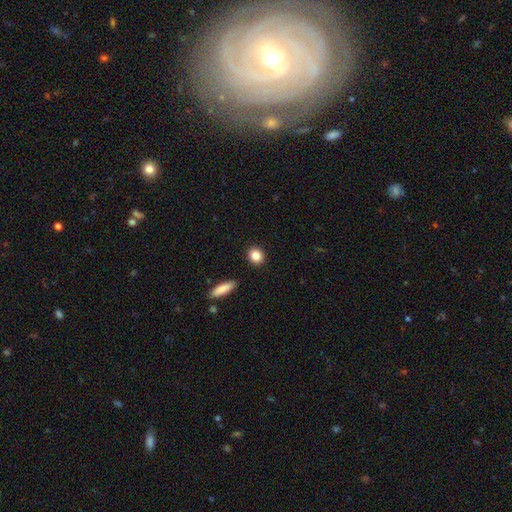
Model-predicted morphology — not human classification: smooth-or-featured: smooth: 85% | star or artifact: 9% | featured or disk: 6%
  how-rounded: round: 76% | in between: 22% | cigar-shaped: 2%
  merging: none: 91% | minor disturbance: 6% | merger: 2% | major disturbance: 2%